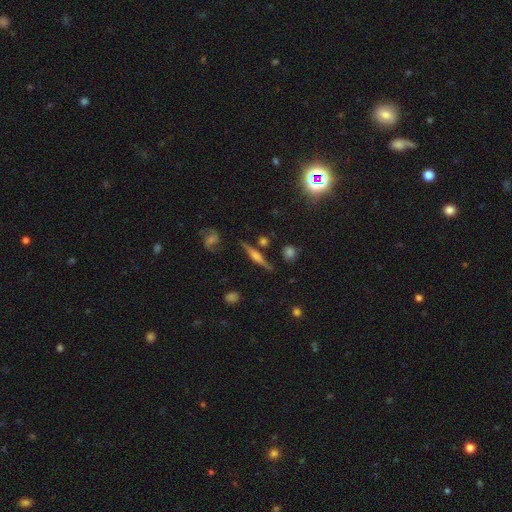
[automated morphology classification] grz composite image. It shows a featured or disk galaxy (73%) viewed edge-on (96%) with a rounded central bulge (76%). Merging: none (82%).